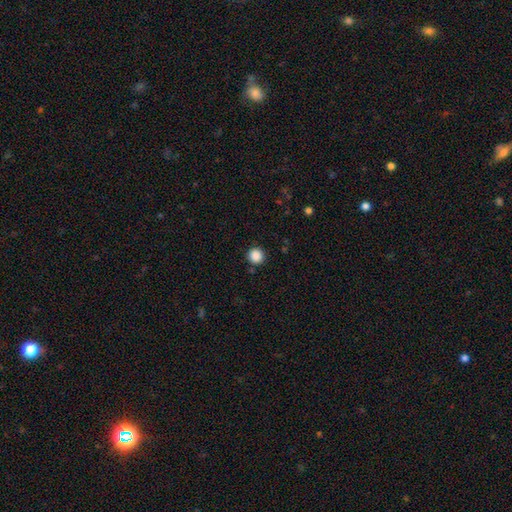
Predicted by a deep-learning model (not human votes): Smooth or featured? Predicted: smooth (p=0.87). How rounded? Predicted: round (p=0.94). Merging? Predicted: none (p=0.90).